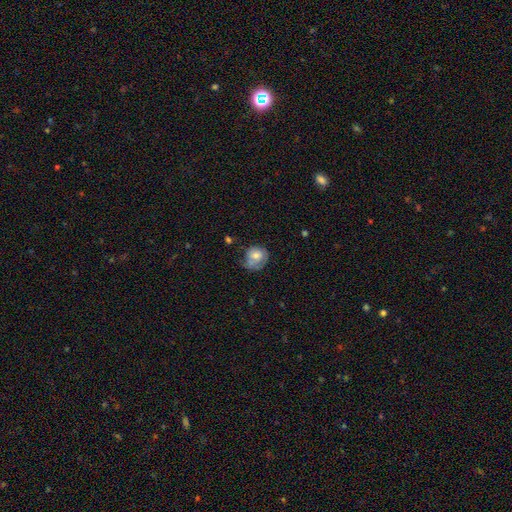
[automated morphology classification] Smooth or featured? Predicted: smooth (p=0.64). How rounded? Predicted: round (p=0.69). Merging? Predicted: none (p=0.43).